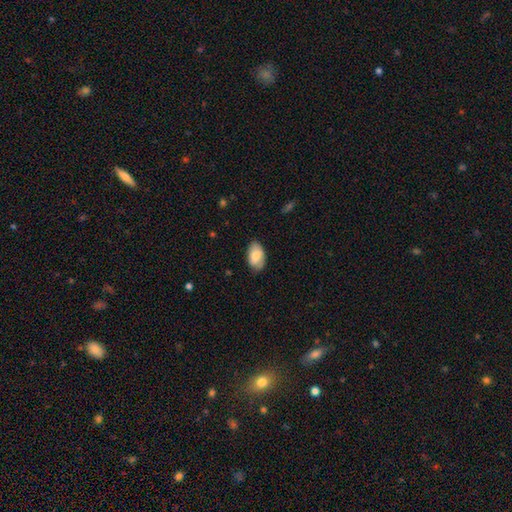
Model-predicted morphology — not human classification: smooth-or-featured: smooth: 79% | featured or disk: 15% | star or artifact: 6%
  how-rounded: in between: 93% | round: 6% | cigar-shaped: 1%
  merging: none: 75% | minor disturbance: 20% | major disturbance: 4% | merger: 1%